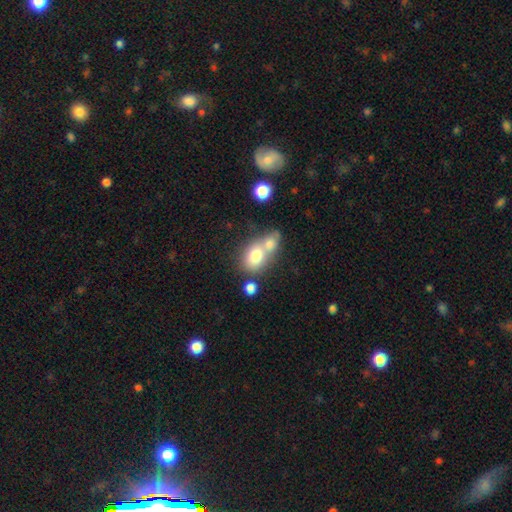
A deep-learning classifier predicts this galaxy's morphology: Q: Smooth or featured?
A: smooth (74%); runner-up: featured or disk (17%)
Q: How rounded?
A: in between (57%); runner-up: round (42%)
Q: Merging?
A: merger (59%); runner-up: none (28%)